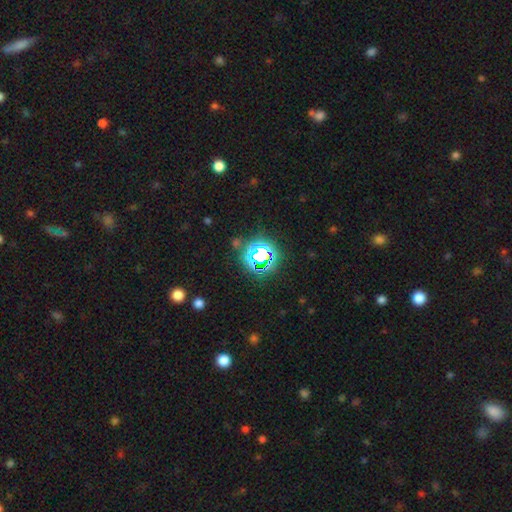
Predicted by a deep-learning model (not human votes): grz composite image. It shows a star or artifact, not a galaxy (77%).